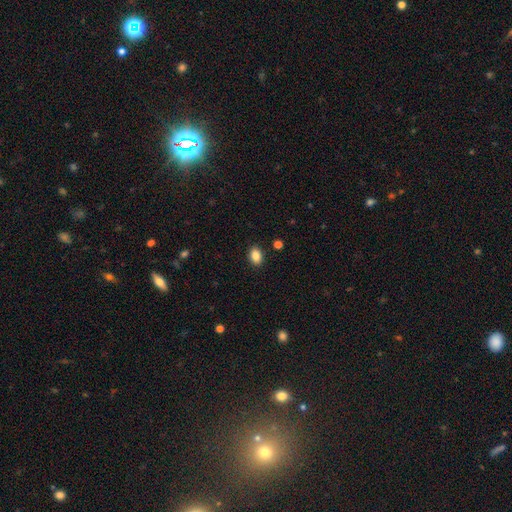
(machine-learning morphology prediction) Smooth or featured?
  - smooth: 87% *
  - star or artifact: 9%
  - featured or disk: 4%
How rounded?
  - in between: 80% *
  - round: 19%
  - cigar-shaped: 1%
Merging?
  - none: 89% *
  - minor disturbance: 7%
  - major disturbance: 2%
  - merger: 1%